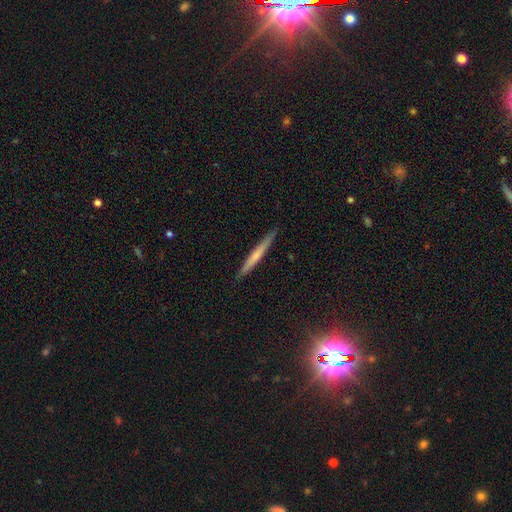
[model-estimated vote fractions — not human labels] smooth_or_featured: smooth (p=0.51) [alt: featured or disk p=0.43]
how_rounded: cigar-shaped (p=0.97) [alt: in between p=0.02]
merging: none (p=0.91) [alt: minor disturbance p=0.07]